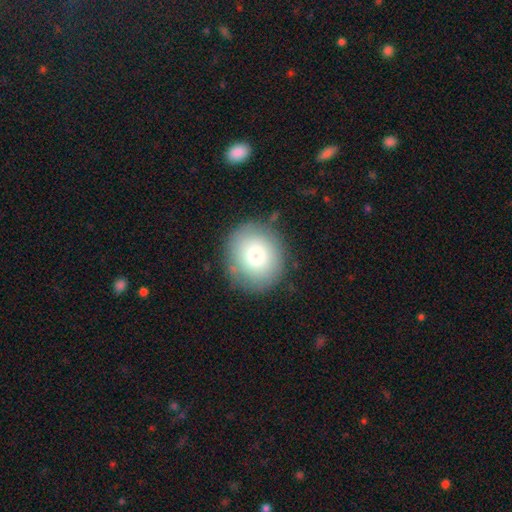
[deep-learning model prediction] Q: Smooth or featured?
A: smooth (77%); runner-up: featured or disk (14%)
Q: How rounded?
A: round (80%); runner-up: in between (19%)
Q: Merging?
A: none (82%); runner-up: minor disturbance (12%)